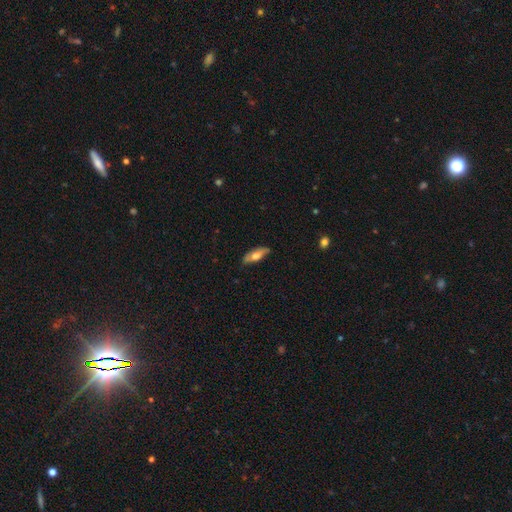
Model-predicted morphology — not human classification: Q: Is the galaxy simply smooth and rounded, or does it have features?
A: smooth — 54%.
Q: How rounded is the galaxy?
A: in between — 62%.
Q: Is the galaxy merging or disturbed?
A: none — 78%.